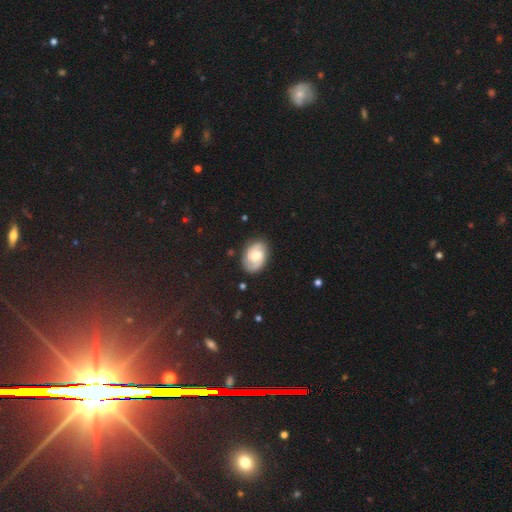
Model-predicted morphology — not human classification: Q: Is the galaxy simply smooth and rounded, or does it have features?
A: featured or disk — 74%.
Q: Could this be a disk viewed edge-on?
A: no — 97%.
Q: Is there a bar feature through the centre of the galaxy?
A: no — 46%.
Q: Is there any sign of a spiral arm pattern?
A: yes — 95%.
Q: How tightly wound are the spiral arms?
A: medium — 45%.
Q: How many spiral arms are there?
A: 2 — 83%.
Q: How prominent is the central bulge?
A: moderate — 52%.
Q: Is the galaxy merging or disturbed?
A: none — 82%.